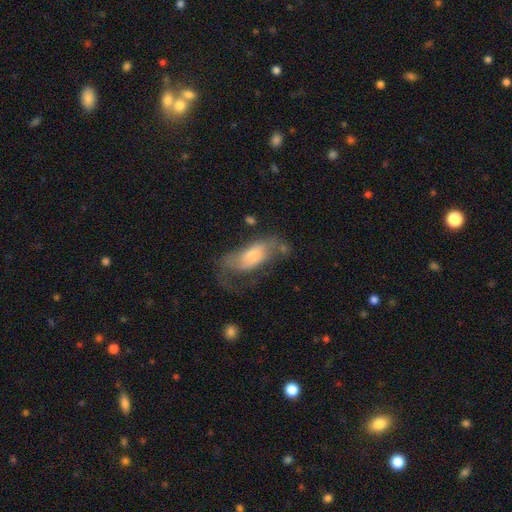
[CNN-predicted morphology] type=featured or disk (52%); edge-on=no (86%); merging=none (37%).